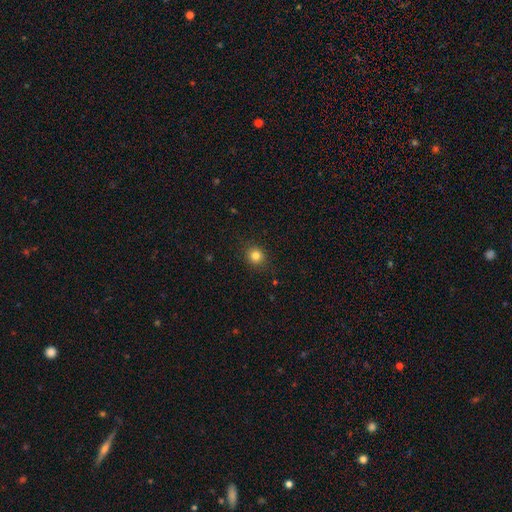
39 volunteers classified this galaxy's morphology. A smooth galaxy with no disk features (90%) that is round (86%).

Vote fractions:
- Smooth or featured? smooth: 90% / star or artifact: 8% / featured or disk: 3%
- How rounded? round: 86% / in between: 14% / cigar-shaped: 0%
- Merging? none: 89% / minor disturbance: 6% / major disturbance: 6% / merger: 0%